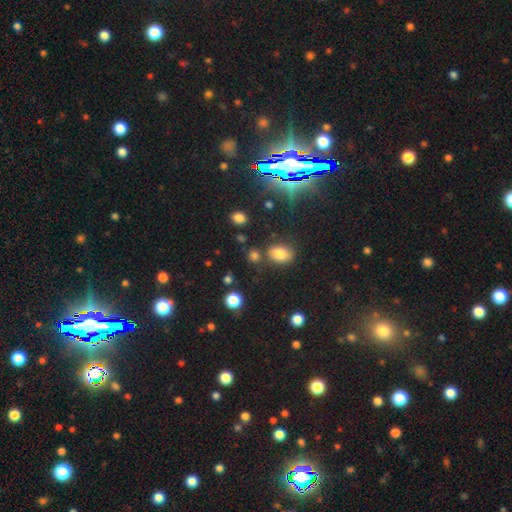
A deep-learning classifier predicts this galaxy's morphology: smooth_or_featured: smooth (p=0.53) [alt: star or artifact p=0.39]
how_rounded: in between (p=0.65) [alt: round p=0.33]
merging: none (p=0.79) [alt: minor disturbance p=0.10]